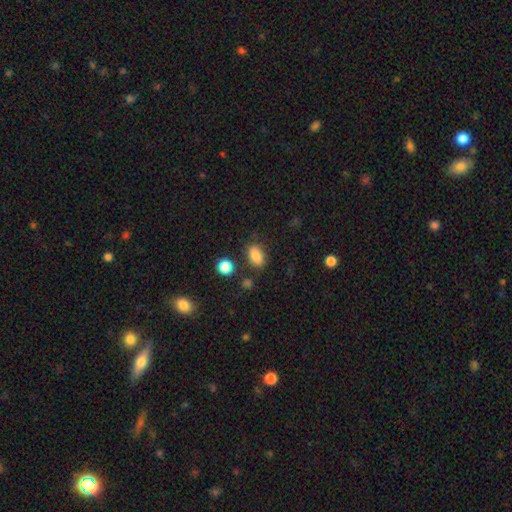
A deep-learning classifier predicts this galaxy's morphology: A smooth galaxy with no disk features (85%) that is in between round and cigar-shaped (86%). Merging: none (79%).